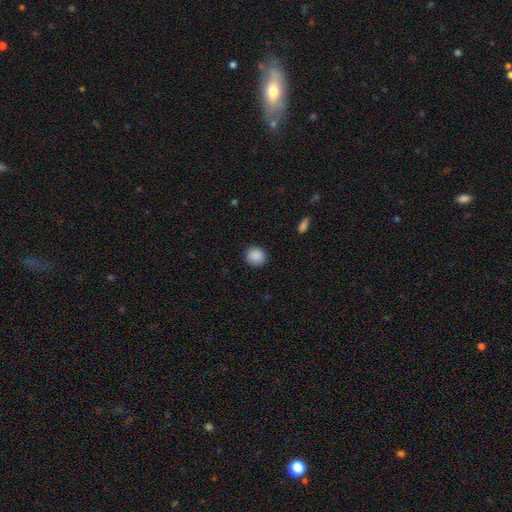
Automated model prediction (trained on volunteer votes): smooth-or-featured: smooth: 90% | star or artifact: 8% | featured or disk: 3%
  how-rounded: round: 83% | in between: 16% | cigar-shaped: 1%
  merging: none: 90% | minor disturbance: 7% | major disturbance: 2% | merger: 1%